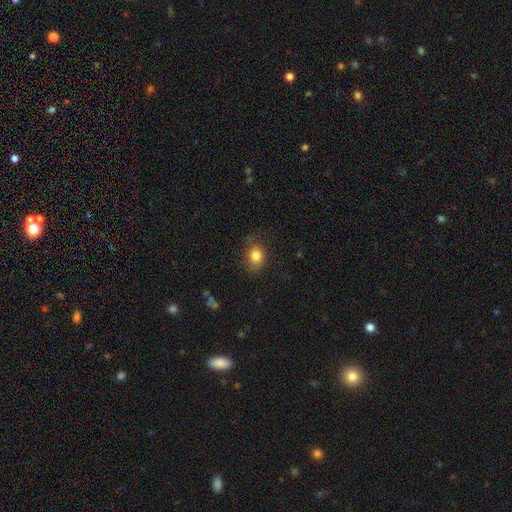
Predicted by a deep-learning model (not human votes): Smooth or featured? smooth (82%)
How rounded? round (50%)
Merging? none (74%)